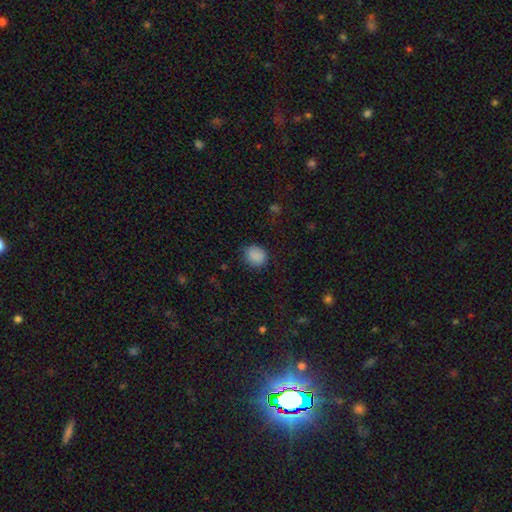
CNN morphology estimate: Smooth or featured? smooth (88%)
How rounded? round (74%)
Merging? none (85%)